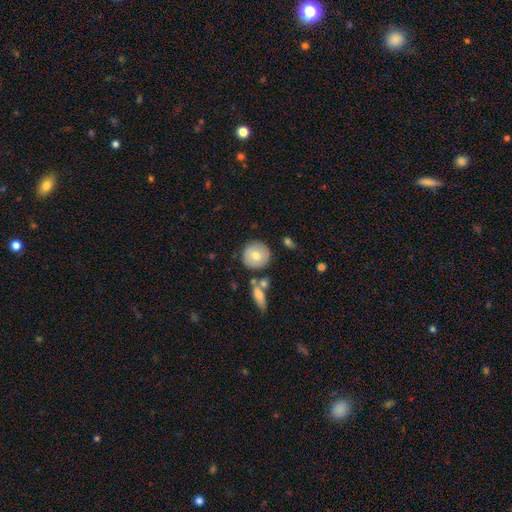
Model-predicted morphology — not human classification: Q: Smooth or featured?
A: smooth (71%); runner-up: featured or disk (22%)
Q: How rounded?
A: round (93%); runner-up: in between (6%)
Q: Merging?
A: none (78%); runner-up: minor disturbance (10%)